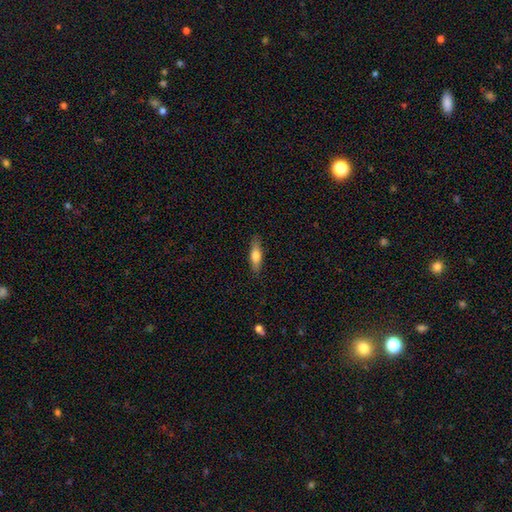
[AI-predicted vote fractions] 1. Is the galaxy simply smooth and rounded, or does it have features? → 69% smooth, 25% featured or disk, 6% star or artifact.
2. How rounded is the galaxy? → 61% cigar-shaped, 37% in between, 2% round.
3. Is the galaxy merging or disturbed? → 86% none, 11% minor disturbance, 2% major disturbance, 1% merger.